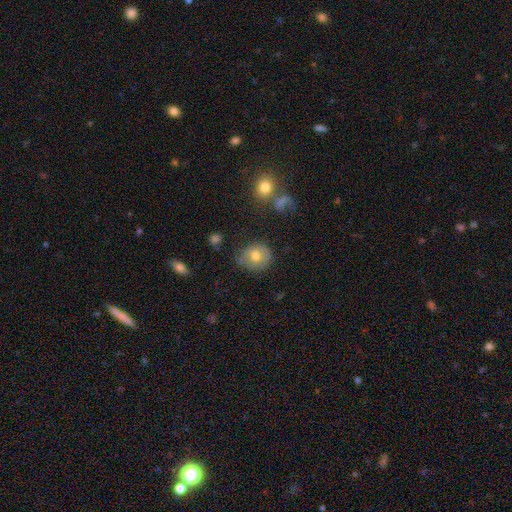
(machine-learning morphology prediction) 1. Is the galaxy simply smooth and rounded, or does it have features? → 66% smooth, 25% featured or disk, 9% star or artifact.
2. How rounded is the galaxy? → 73% round, 26% in between, 1% cigar-shaped.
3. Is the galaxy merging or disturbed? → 64% none, 25% minor disturbance, 8% major disturbance, 3% merger.